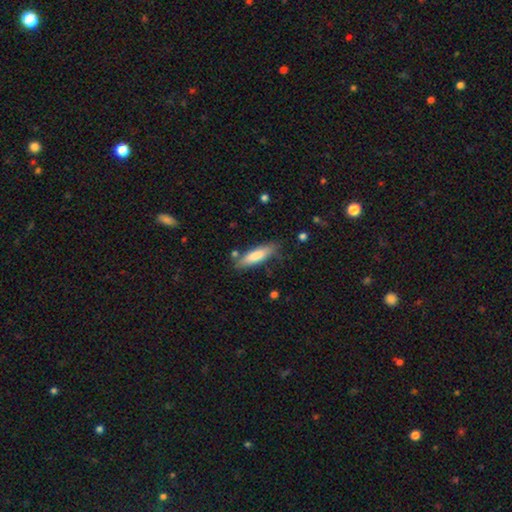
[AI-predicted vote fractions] Morphology: type=smooth (79%); roundness=cigar-shaped (62%); merging=none (78%).